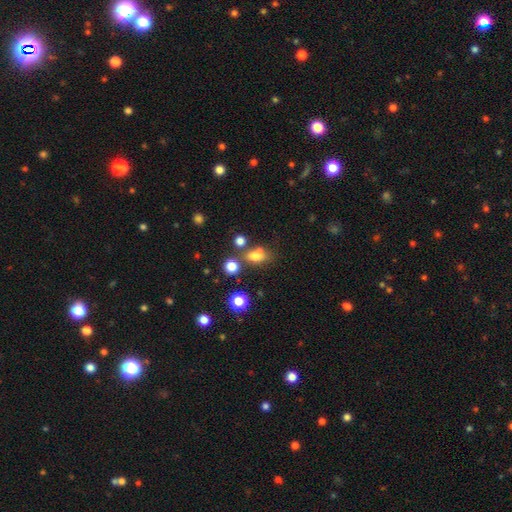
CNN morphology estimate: A smooth galaxy with no disk features (72%) that is in between round and cigar-shaped (70%).

Vote fractions:
- Smooth or featured? smooth: 72% / star or artifact: 18% / featured or disk: 11%
- How rounded? in between: 70% / round: 27% / cigar-shaped: 4%
- Merging? none: 53% / merger: 23% / minor disturbance: 16% / major disturbance: 8%